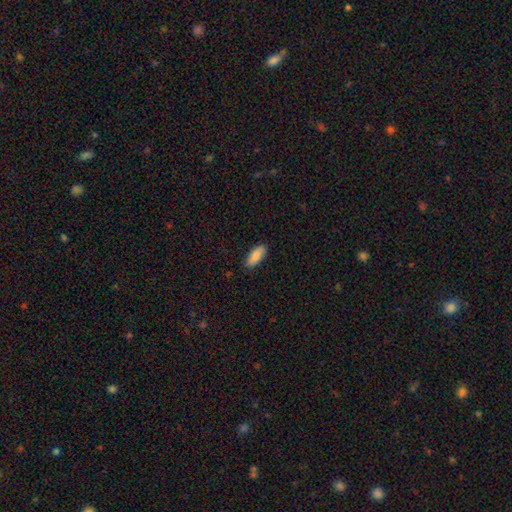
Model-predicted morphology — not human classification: A smooth galaxy with no disk features (85%) that is in between round and cigar-shaped (75%). Merging: none (88%).